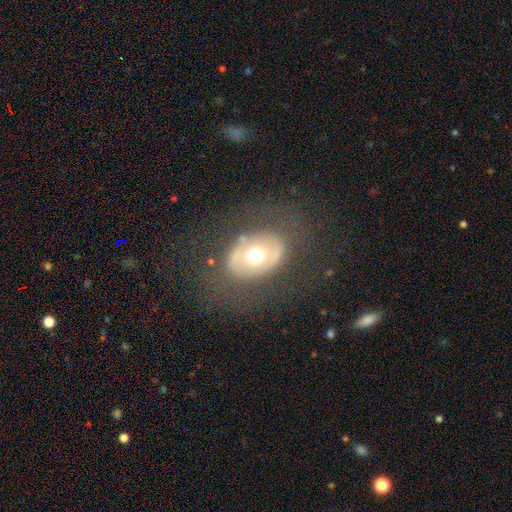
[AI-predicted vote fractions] Smooth or featured? featured or disk (47%)
Merging? none (74%)